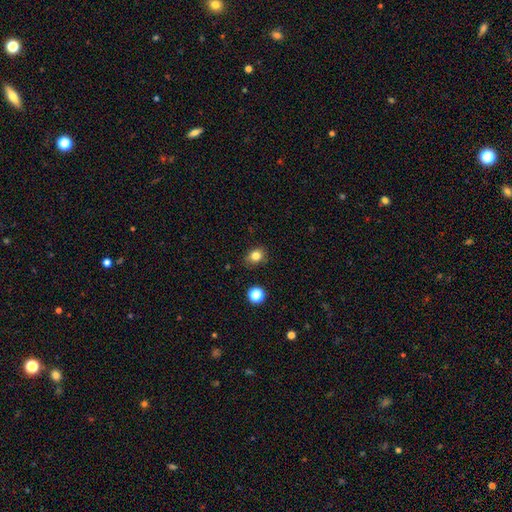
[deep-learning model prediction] Smooth or featured: smooth — 81% (star or artifact — 12%)
How rounded: in between — 51% (round — 48%)
Merging: none — 83% (minor disturbance — 12%)